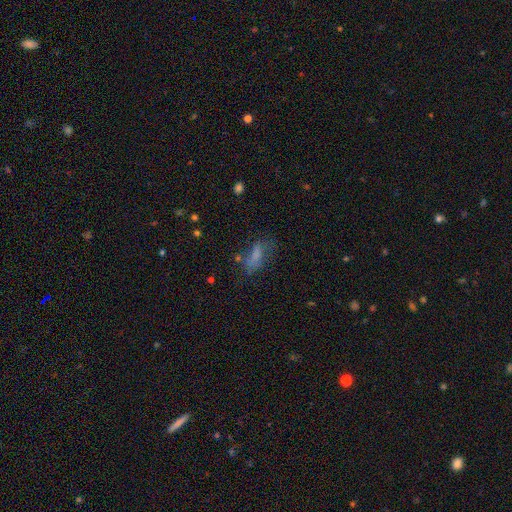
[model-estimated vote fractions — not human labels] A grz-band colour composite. It shows a smooth galaxy with no disk features (66%) that is in between round and cigar-shaped (71%). Merging: none (46%).